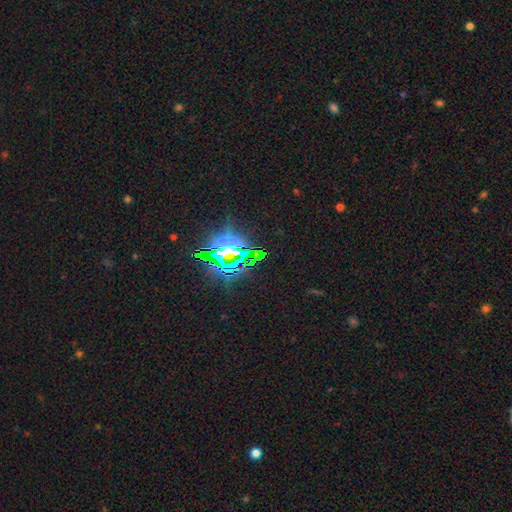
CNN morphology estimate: Smooth or featured: star or artifact — 79% (smooth — 12%)